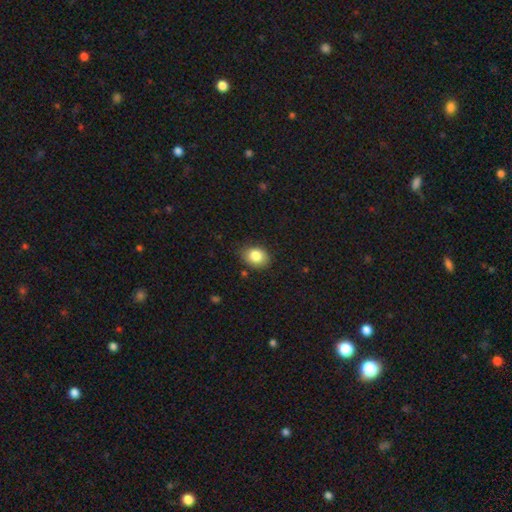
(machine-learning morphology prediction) smooth_or_featured: smooth (p=0.85) [alt: star or artifact p=0.08]
how_rounded: in between (p=0.63) [alt: round p=0.36]
merging: none (p=0.80) [alt: minor disturbance p=0.15]